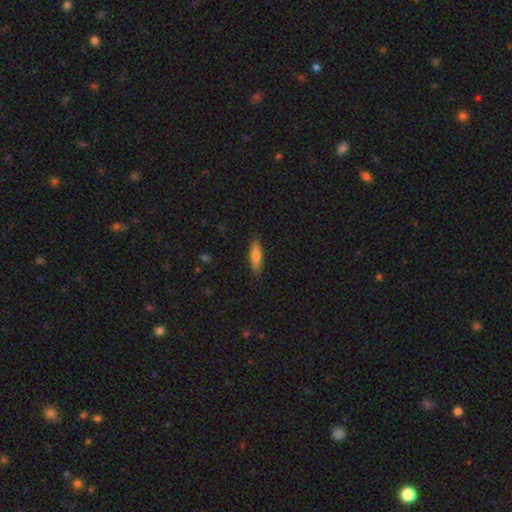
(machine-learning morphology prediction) Smooth or featured? Predicted: smooth (p=0.71). How rounded? Predicted: cigar-shaped (p=0.64). Merging? Predicted: none (p=0.86).